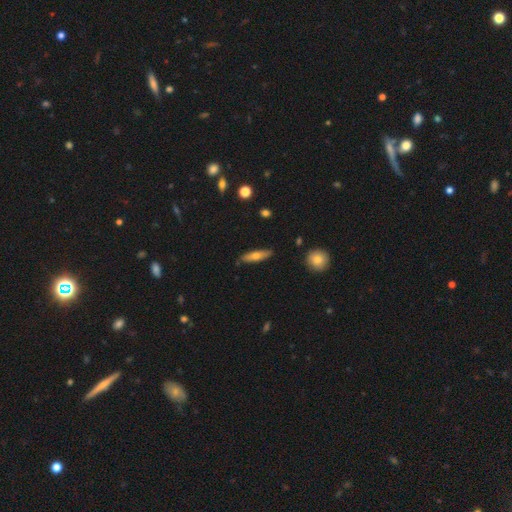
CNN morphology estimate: Smooth or featured?
  - smooth: 56% *
  - featured or disk: 37%
  - star or artifact: 7%
How rounded?
  - cigar-shaped: 70% *
  - in between: 27%
  - round: 3%
Merging?
  - none: 86% *
  - minor disturbance: 10%
  - major disturbance: 2%
  - merger: 2%